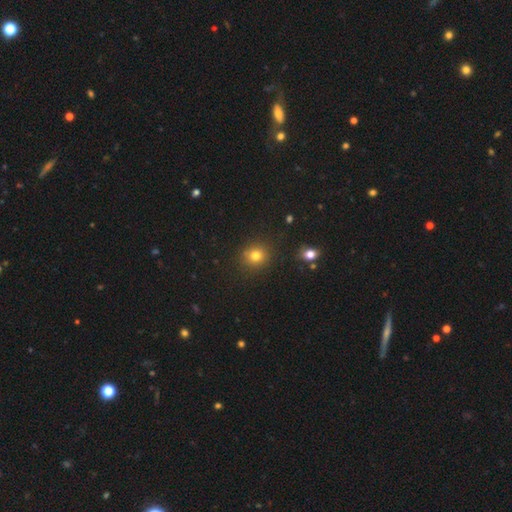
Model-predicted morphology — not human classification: Overall: smooth (79%). How rounded: round (85%). Merging: none (87%).